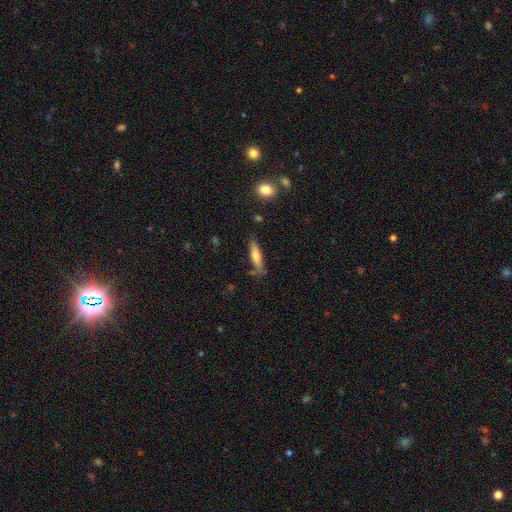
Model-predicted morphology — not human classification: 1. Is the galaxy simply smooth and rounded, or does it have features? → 68% smooth, 26% featured or disk, 7% star or artifact.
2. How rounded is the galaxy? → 68% cigar-shaped, 30% in between, 2% round.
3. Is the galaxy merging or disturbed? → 71% none, 19% minor disturbance, 5% merger, 5% major disturbance.